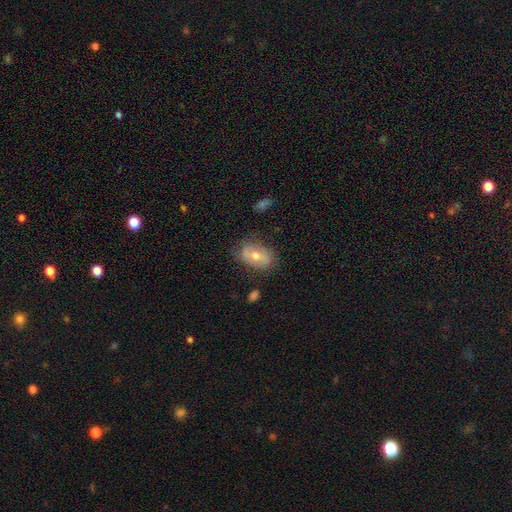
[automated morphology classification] This appears to be a featured or disk galaxy (47%). Merging: none (75%).